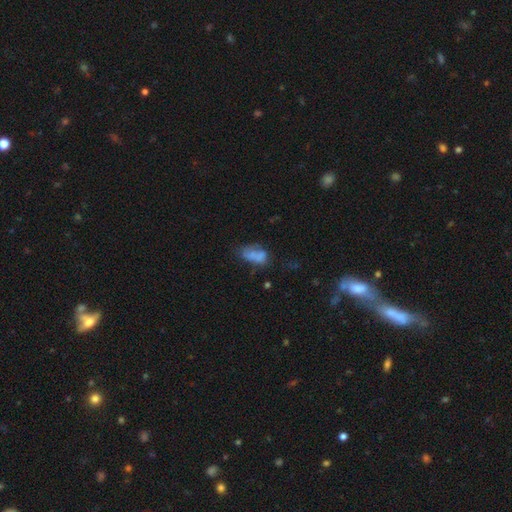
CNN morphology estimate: Smooth or featured? smooth (61%)
How rounded? in between (88%)
Merging? none (32%)